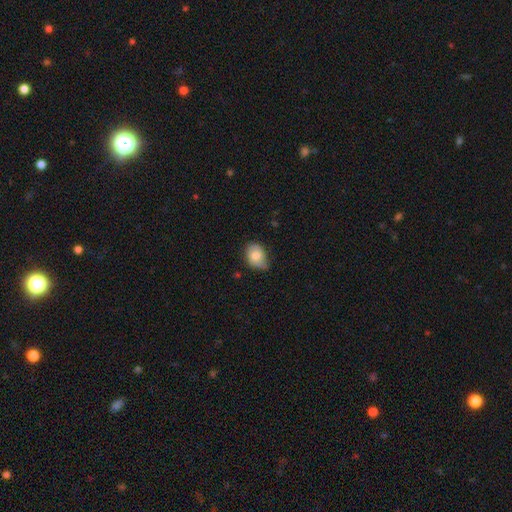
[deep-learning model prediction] This is likely a smooth galaxy (75%). How rounded: likely in between (75%). Merging: possibly none (56%).